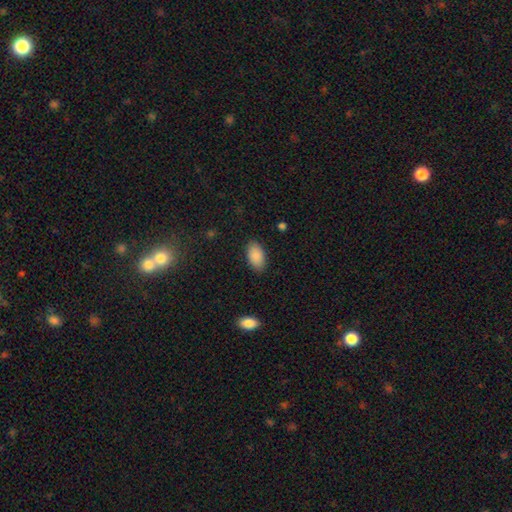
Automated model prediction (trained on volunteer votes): Smooth or featured: smooth — 89% (star or artifact — 7%)
How rounded: in between — 94% (round — 4%)
Merging: none — 86% (minor disturbance — 10%)